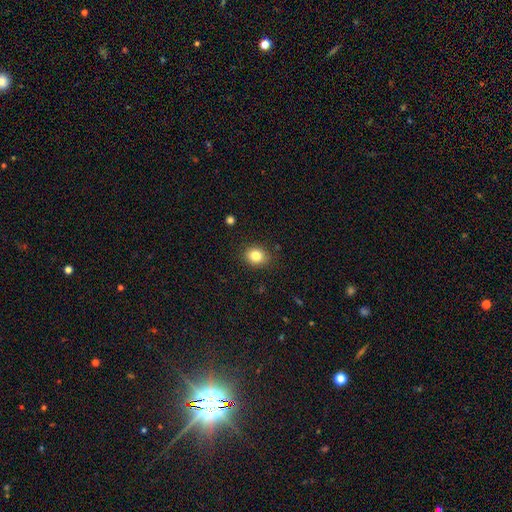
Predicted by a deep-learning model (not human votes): A smooth galaxy with no disk features (83%) that is round (59%). Merging: none (86%).